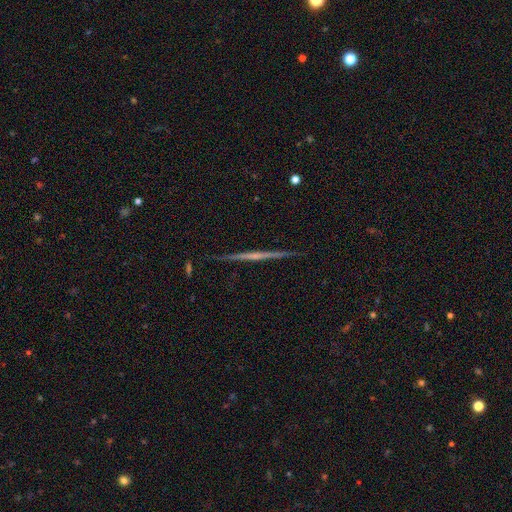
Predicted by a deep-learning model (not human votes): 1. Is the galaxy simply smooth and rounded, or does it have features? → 72% featured or disk, 21% smooth, 7% star or artifact.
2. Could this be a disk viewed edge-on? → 98% yes, 2% no.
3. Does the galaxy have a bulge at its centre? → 67% none, 25% rounded, 7% boxy.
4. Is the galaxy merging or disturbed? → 91% none, 6% minor disturbance, 1% major disturbance, 1% merger.